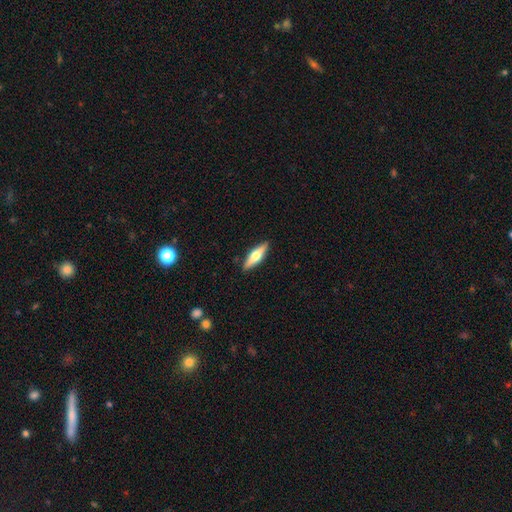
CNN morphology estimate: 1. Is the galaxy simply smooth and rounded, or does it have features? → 51% featured or disk, 44% smooth, 5% star or artifact.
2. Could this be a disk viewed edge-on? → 94% yes, 6% no.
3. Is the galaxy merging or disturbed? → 90% none, 7% minor disturbance, 2% major disturbance, 1% merger.